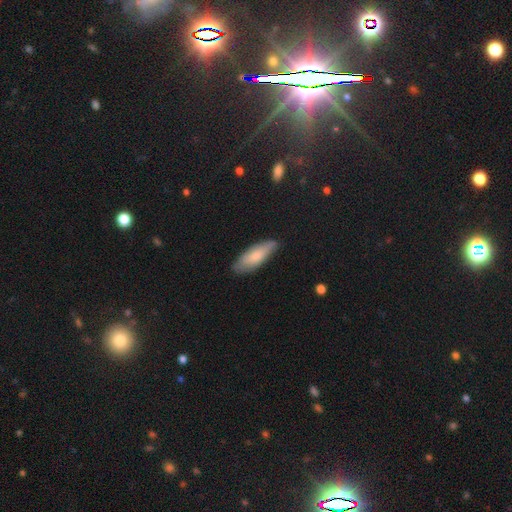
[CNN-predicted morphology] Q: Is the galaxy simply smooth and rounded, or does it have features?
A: smooth — 76%.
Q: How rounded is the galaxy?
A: in between — 60%.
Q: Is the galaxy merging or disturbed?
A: none — 77%.